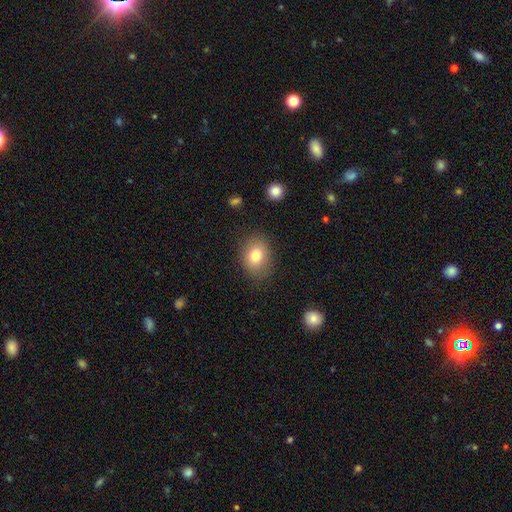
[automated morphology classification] Smooth or featured? Predicted: smooth (p=0.79). How rounded? Predicted: in between (p=0.56). Merging? Predicted: none (p=0.82).